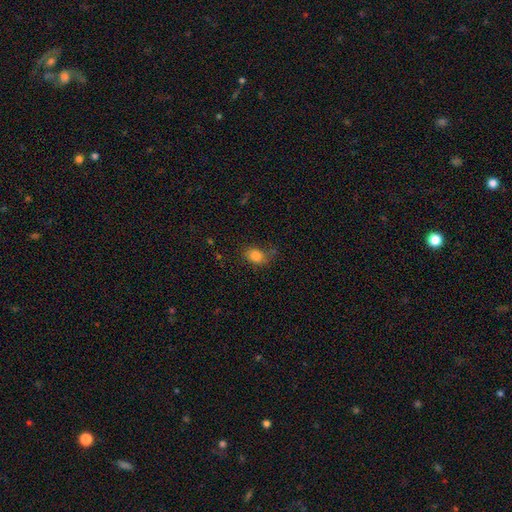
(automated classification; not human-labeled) Morphology: type=smooth (83%); roundness=in between (69%); merging=none (60%).